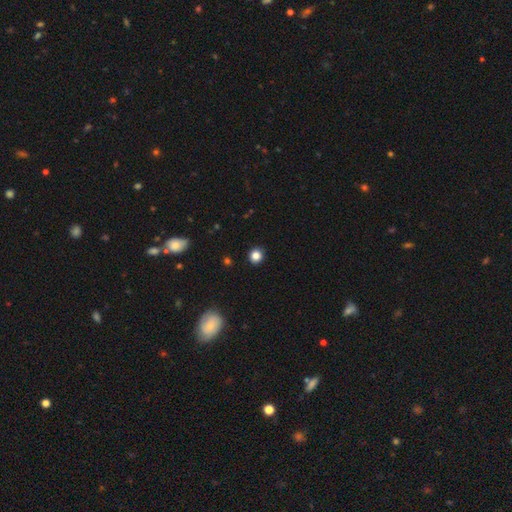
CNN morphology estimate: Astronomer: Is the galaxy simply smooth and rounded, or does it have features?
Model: smooth — 84%.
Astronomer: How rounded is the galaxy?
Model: round — 90%.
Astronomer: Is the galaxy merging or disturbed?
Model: none — 92%.